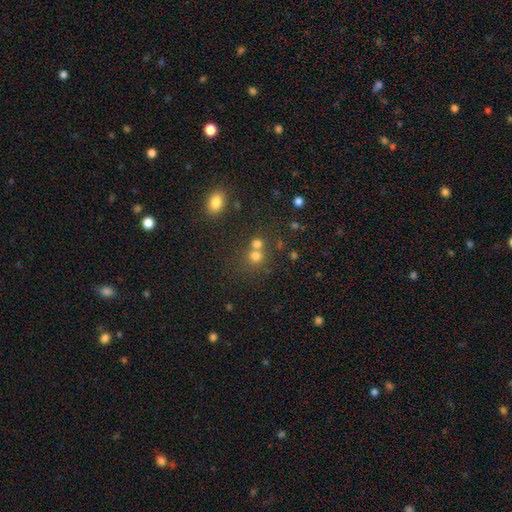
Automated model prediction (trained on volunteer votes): Smooth or featured: smooth — 70% (star or artifact — 19%)
How rounded: round — 84% (in between — 15%)
Merging: none — 48% (merger — 41%)